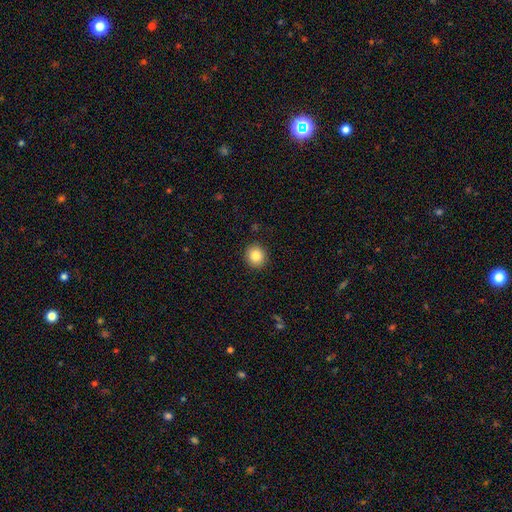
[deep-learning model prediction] Smooth or featured?
  - smooth: 85% *
  - star or artifact: 9%
  - featured or disk: 6%
How rounded?
  - round: 90% *
  - in between: 9%
  - cigar-shaped: 1%
Merging?
  - none: 91% *
  - minor disturbance: 6%
  - major disturbance: 2%
  - merger: 1%